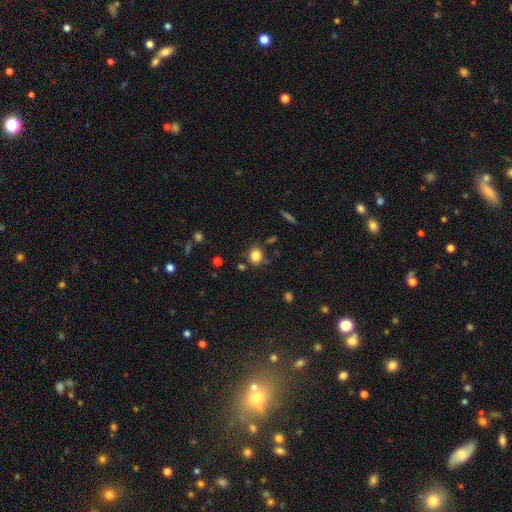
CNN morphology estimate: Smooth or featured?
  - smooth: 83% *
  - star or artifact: 11%
  - featured or disk: 6%
How rounded?
  - round: 67% *
  - in between: 32%
  - cigar-shaped: 1%
Merging?
  - none: 77% *
  - minor disturbance: 14%
  - merger: 5%
  - major disturbance: 4%